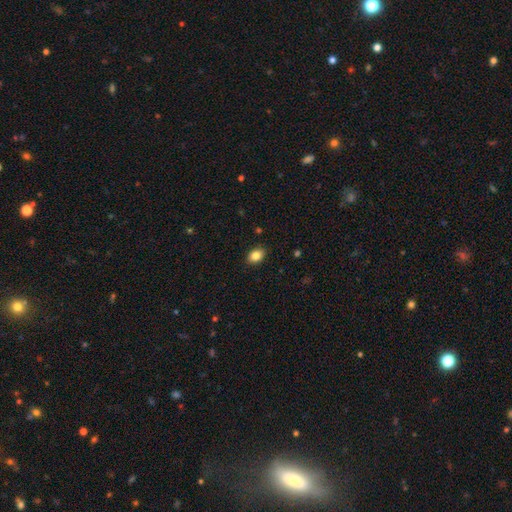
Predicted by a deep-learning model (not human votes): Smooth or featured: smooth — 85% (star or artifact — 9%)
How rounded: in between — 74% (round — 25%)
Merging: none — 89% (minor disturbance — 8%)